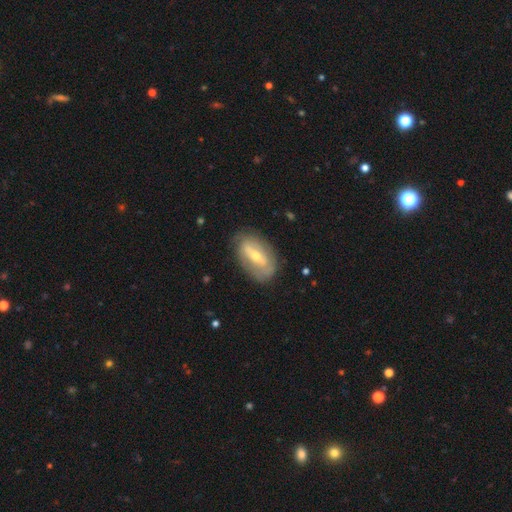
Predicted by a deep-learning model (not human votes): The model was most divided on "spiral arms": no: 54%, yes: 46%. Remaining: edge-on disk — no (88%); merging — none (77%); smooth or featured — featured or disk (64%); bulge size — moderate (56%); bar — strong (48%).